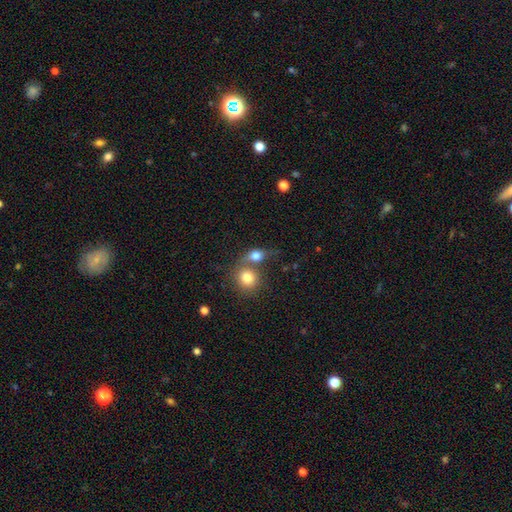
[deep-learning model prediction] The model was most divided on "how rounded": round: 57%, in between: 39%, cigar-shaped: 3%. More confident: smooth or featured — smooth (76%); merging — merger (53%).